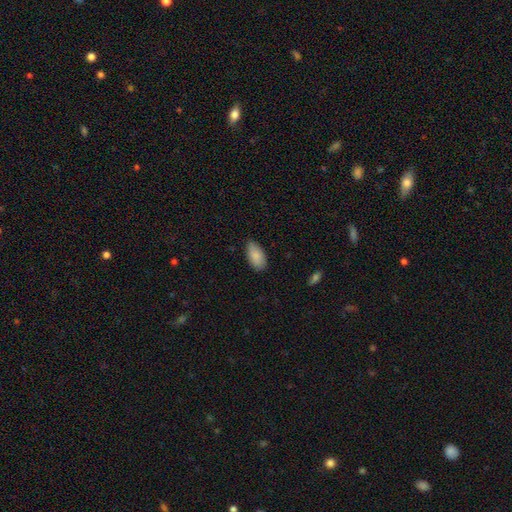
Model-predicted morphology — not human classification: This appears to be a smooth galaxy with no disk features (87%) that is in between round and cigar-shaped (94%). Merging: none (81%).